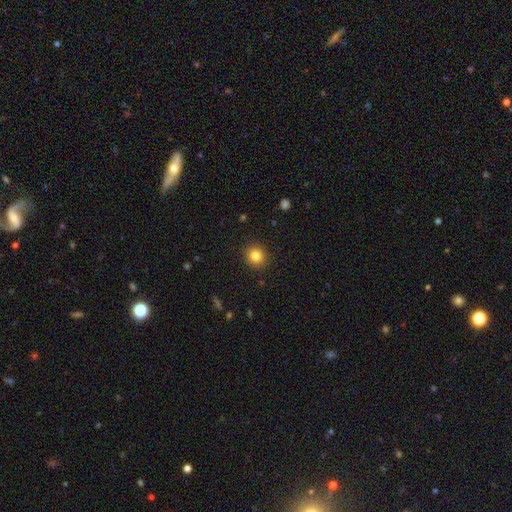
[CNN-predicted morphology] Smooth or featured? smooth (83%)
How rounded? round (88%)
Merging? none (91%)